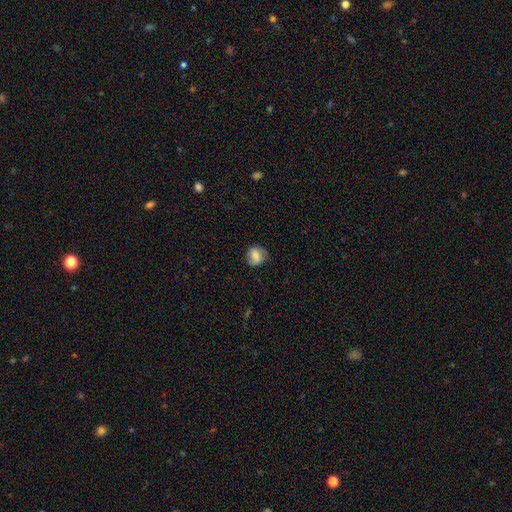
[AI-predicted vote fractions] smooth-or-featured: smooth: 68% | featured or disk: 23% | star or artifact: 9%
  how-rounded: round: 68% | in between: 30% | cigar-shaped: 2%
  merging: none: 77% | minor disturbance: 17% | major disturbance: 5% | merger: 1%